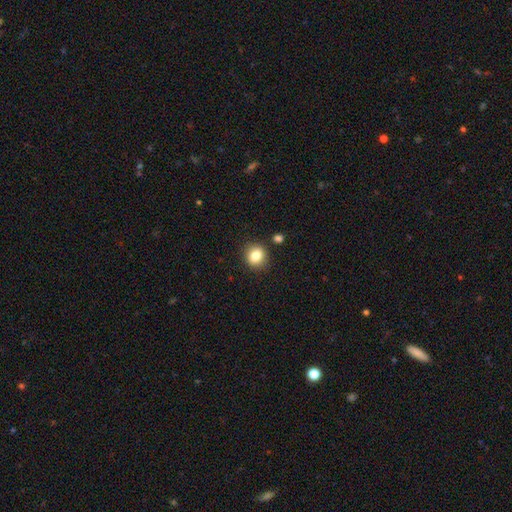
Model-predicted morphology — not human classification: This appears to be a smooth galaxy with no disk features (83%) that is round (79%). Merging: none (86%).